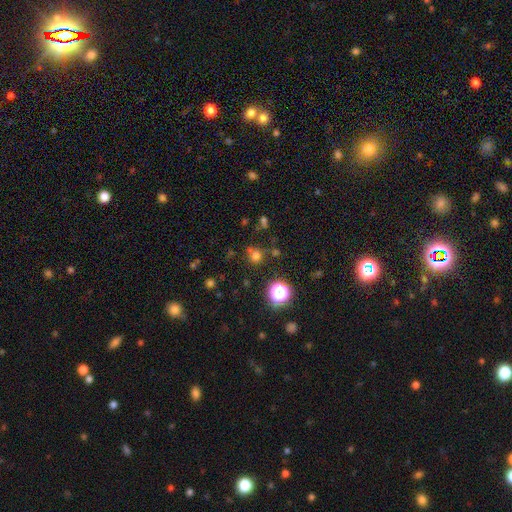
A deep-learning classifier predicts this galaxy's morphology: This appears to be a smooth galaxy with no disk features (66%) that is round (90%). Merging: none (72%).